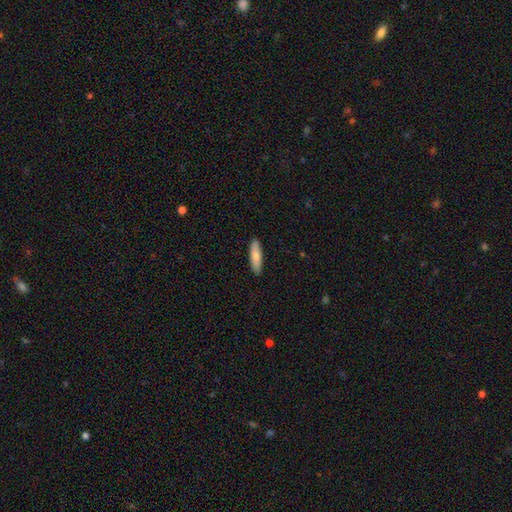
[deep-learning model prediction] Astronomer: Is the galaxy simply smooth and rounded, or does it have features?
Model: smooth — 81%.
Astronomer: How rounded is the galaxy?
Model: cigar-shaped — 64%.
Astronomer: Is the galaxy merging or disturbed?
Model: none — 90%.